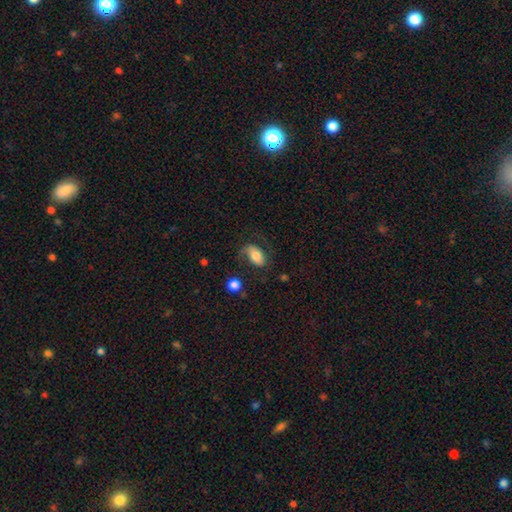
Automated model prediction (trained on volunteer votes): A smooth galaxy with no disk features (59%) that is in between round and cigar-shaped (88%).

Vote fractions:
- Smooth or featured? smooth: 59% / featured or disk: 33% / star or artifact: 8%
- How rounded? in between: 88% / round: 9% / cigar-shaped: 3%
- Merging? none: 54% / minor disturbance: 24% / major disturbance: 19% / merger: 3%